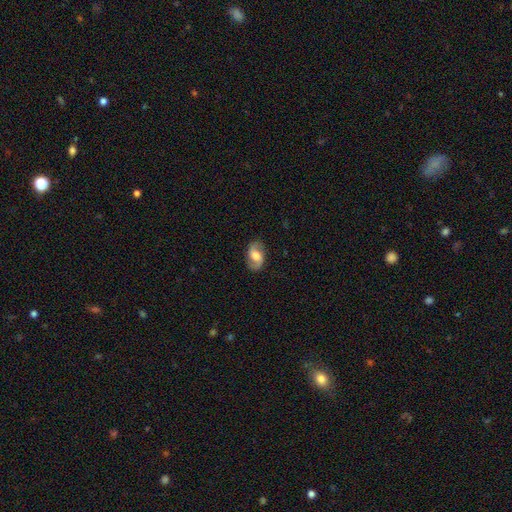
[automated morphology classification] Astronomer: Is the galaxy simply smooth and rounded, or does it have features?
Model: featured or disk — 68%.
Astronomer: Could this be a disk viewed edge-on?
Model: no — 96%.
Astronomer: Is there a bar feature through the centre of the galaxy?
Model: weak — 44% (runner-up: no, 43%).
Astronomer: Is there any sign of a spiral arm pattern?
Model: yes — 90%.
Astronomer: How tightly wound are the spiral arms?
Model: loose — 49% (runner-up: medium, 38%).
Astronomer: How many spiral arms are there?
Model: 2 — 92%.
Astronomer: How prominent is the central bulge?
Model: moderate — 54%.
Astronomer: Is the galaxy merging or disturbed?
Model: none — 85%.